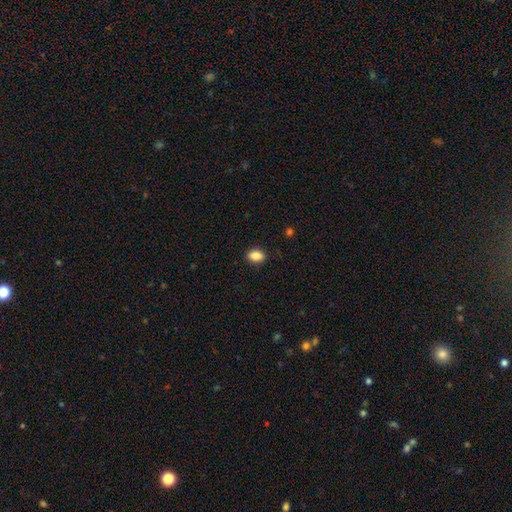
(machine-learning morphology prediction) smooth_or_featured: smooth (p=0.88) [alt: star or artifact p=0.09]
how_rounded: in between (p=0.77) [alt: round p=0.21]
merging: none (p=0.89) [alt: minor disturbance p=0.08]